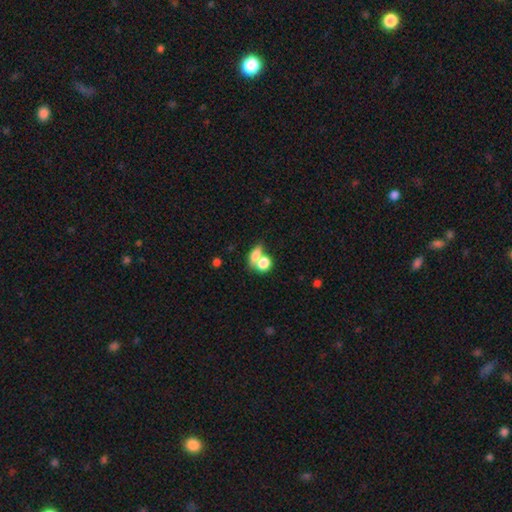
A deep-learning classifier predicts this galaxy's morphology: smooth_or_featured: smooth (p=0.73) [alt: featured or disk p=0.16]
how_rounded: in between (p=0.61) [alt: round p=0.31]
merging: merger (p=0.55) [alt: none p=0.31]